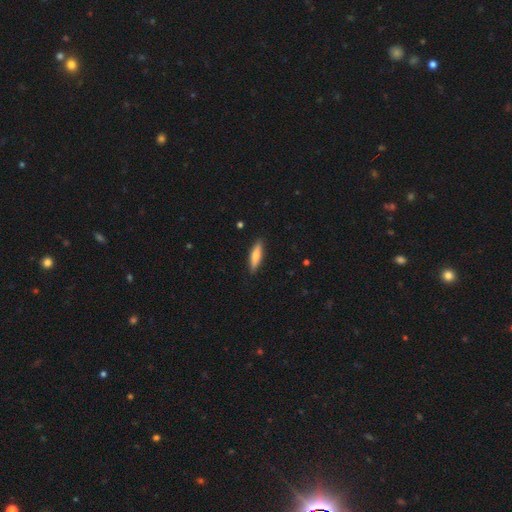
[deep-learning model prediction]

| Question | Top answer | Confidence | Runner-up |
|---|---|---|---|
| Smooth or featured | smooth | 70% | featured or disk (24%) |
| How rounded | cigar-shaped | 69% | in between (30%) |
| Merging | none | 88% | minor disturbance (9%) |